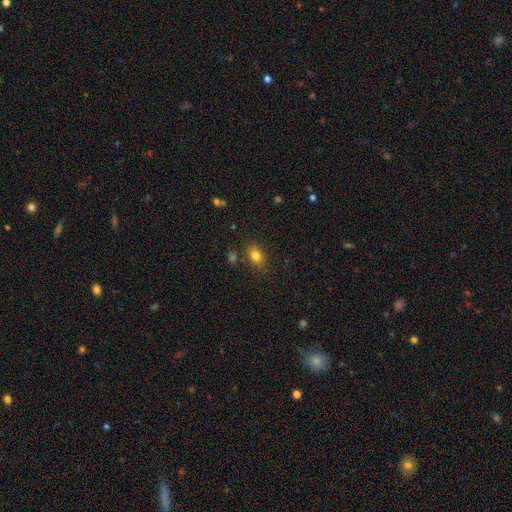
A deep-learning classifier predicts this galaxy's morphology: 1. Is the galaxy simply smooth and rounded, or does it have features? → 80% smooth, 12% star or artifact, 8% featured or disk.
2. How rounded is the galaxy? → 69% in between, 29% round, 2% cigar-shaped.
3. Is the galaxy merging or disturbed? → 80% none, 13% minor disturbance, 4% merger, 4% major disturbance.